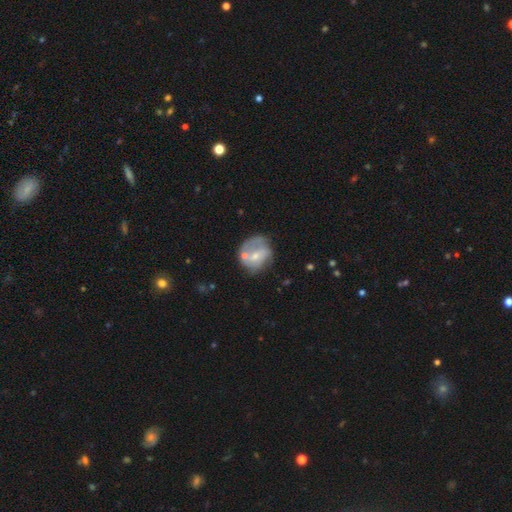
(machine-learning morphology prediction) featured or disk 60%, smooth 33%, star or artifact 7%. Down the decision tree: edge-on disk — no (97%); bar — no (50%); spiral arms — yes (62%); bulge size — small (49%); merging — none (44%).